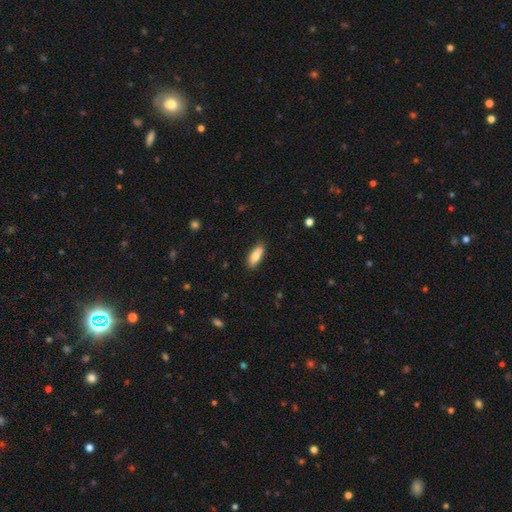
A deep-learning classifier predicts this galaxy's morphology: A smooth galaxy with no disk features (78%) that is in between round and cigar-shaped (71%).

Vote fractions:
- Smooth or featured? smooth: 78% / featured or disk: 15% / star or artifact: 7%
- How rounded? in between: 71% / cigar-shaped: 26% / round: 2%
- Merging? none: 74% / minor disturbance: 16% / merger: 7% / major disturbance: 3%